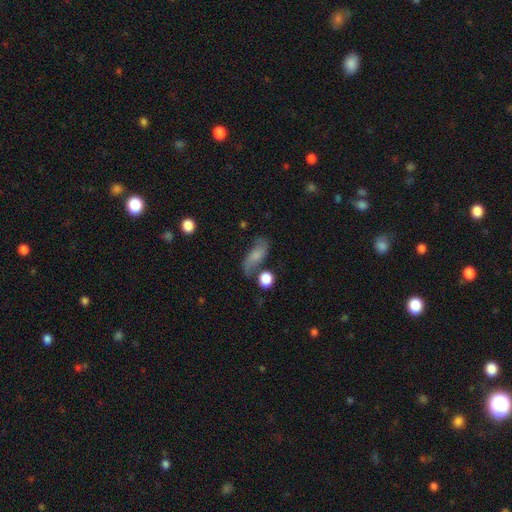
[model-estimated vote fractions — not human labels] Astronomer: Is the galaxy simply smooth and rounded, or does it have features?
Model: featured or disk — 49% (runner-up: smooth, 40%).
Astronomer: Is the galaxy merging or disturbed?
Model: none — 56%.